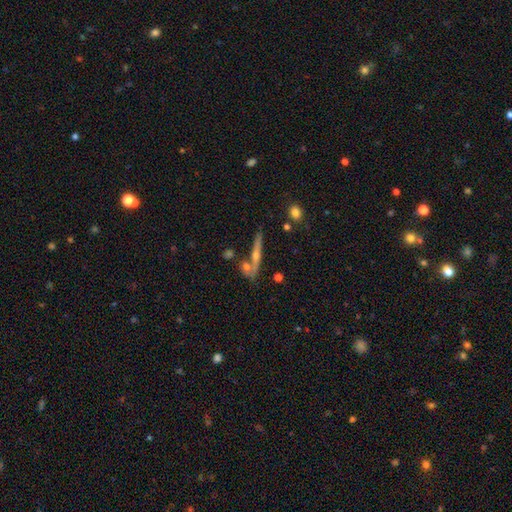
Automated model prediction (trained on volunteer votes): Q: Smooth or featured?
A: featured or disk (63%); runner-up: smooth (27%)
Q: Edge-on disk?
A: yes (89%); runner-up: no (11%)
Q: Edge-on bulge?
A: rounded (80%); runner-up: none (15%)
Q: Merging?
A: none (60%); runner-up: merger (22%)